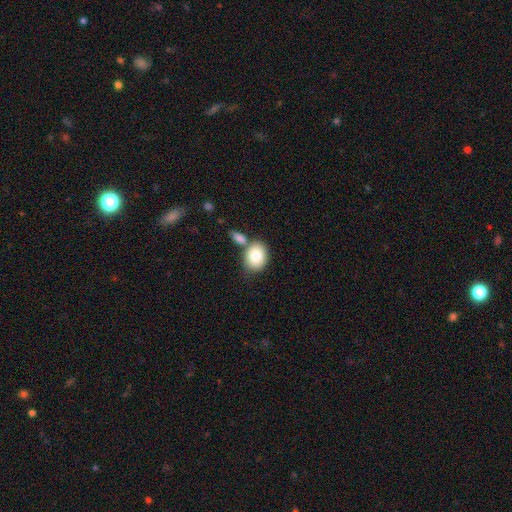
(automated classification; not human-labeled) The model was most divided on "merging": none: 53%, merger: 30%, minor disturbance: 13%, major disturbance: 4%. More confident: smooth or featured — smooth (83%); how rounded — in between (64%).